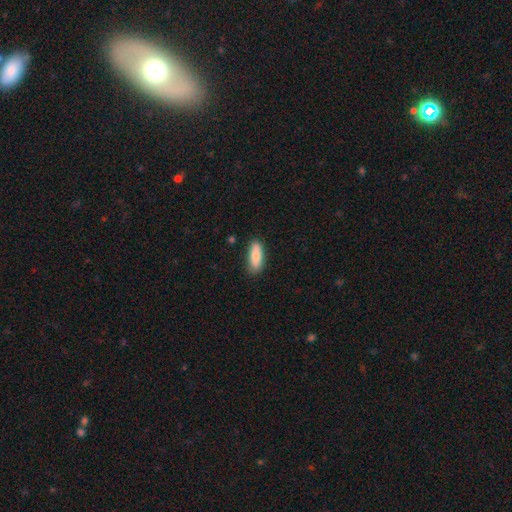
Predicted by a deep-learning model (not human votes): This is clearly a smooth galaxy (81%). How rounded: likely in between (65%). Merging: clearly none (83%).